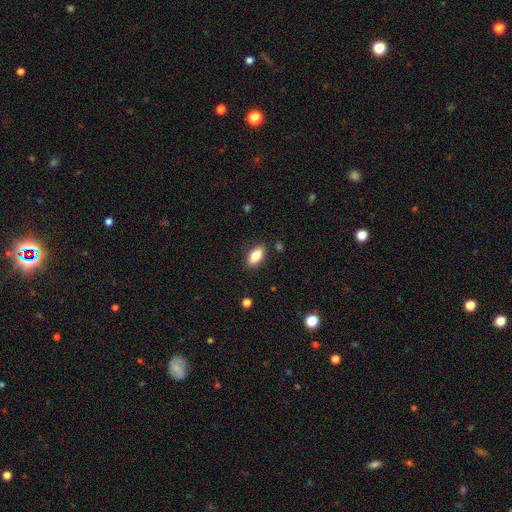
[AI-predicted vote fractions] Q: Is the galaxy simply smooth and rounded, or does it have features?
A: smooth — 81%.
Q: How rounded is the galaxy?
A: in between — 89%.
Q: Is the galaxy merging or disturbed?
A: none — 86%.